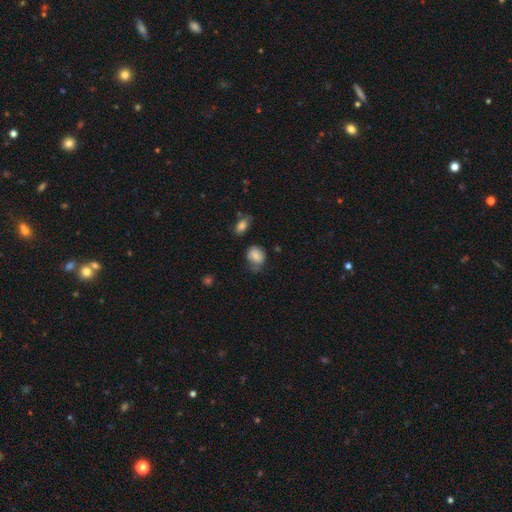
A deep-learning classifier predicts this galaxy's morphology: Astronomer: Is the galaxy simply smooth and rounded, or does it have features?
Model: smooth — 79%.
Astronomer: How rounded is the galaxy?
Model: in between — 52% (runner-up: round, 47%).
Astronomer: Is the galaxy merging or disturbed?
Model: none — 52% (runner-up: minor disturbance, 33%).